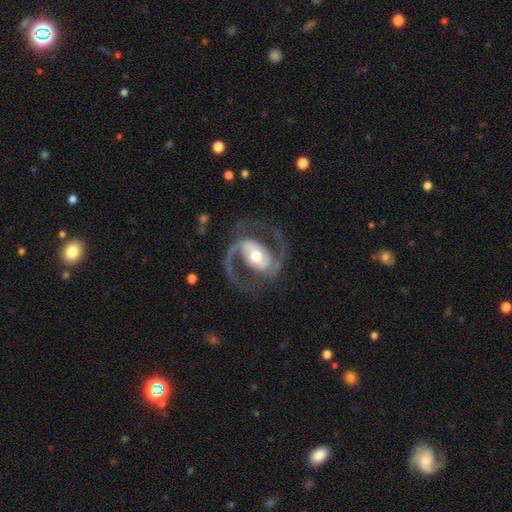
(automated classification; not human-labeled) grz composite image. It shows a featured or disk galaxy (92%) with a strong bar (39%), 2 (93%) medium (60%) spiral arms (97%) and a moderate central bulge (69%). Merging: none (76%).